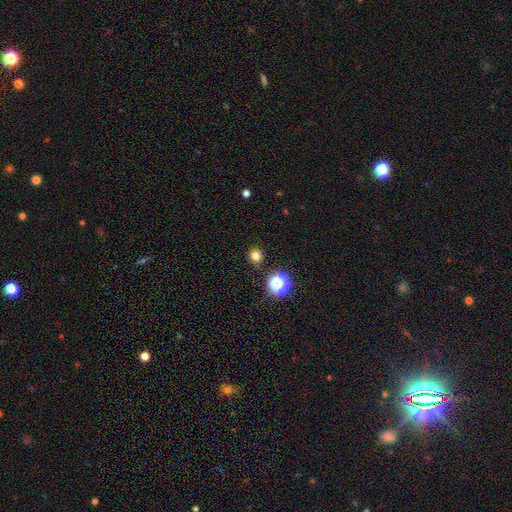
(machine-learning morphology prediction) smooth-or-featured: smooth: 77% | star or artifact: 18% | featured or disk: 5%
  how-rounded: round: 92% | in between: 7% | cigar-shaped: 1%
  merging: none: 90% | minor disturbance: 6% | major disturbance: 2% | merger: 2%